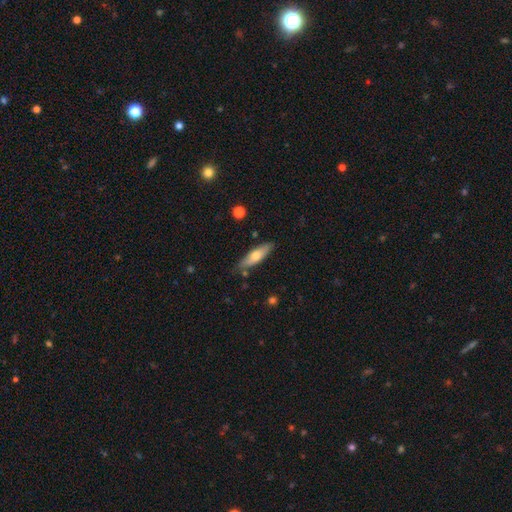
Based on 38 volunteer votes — Overall: smooth (68%; featured or disk 29%). How rounded: cigar-shaped (54%; in between 46%). Merging: none (73%).